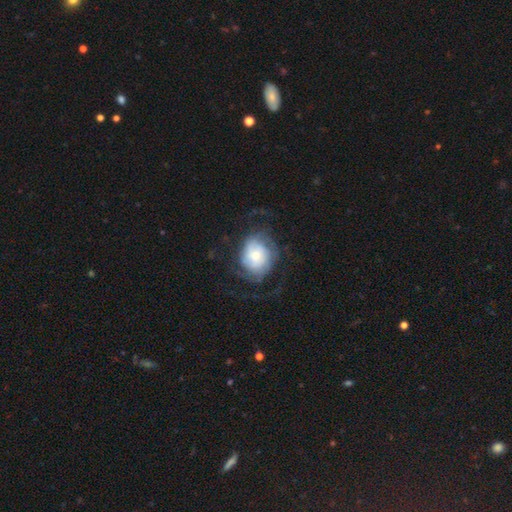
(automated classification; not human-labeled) Smooth or featured?
  - featured or disk: 65% *
  - smooth: 28%
  - star or artifact: 7%
Edge-on disk?
  - no: 97% *
  - yes: 3%
Bar?
  - no: 72% *
  - weak: 23%
  - strong: 5%
Spiral arms?
  - yes: 85% *
  - no: 15%
Spiral winding?
  - tight: 43% *
  - medium: 35%
  - loose: 22%
Spiral arm count?
  - can't tell: 43% *
  - 2: 23%
  - 3: 15%
  - 4: 9%
  - 1: 6%
  - more than 4: 5%
Bulge size?
  - moderate: 41% *
  - small: 40%
  - large: 14%
  - dominant: 3%
  - none: 2%
Merging?
  - none: 58% *
  - major disturbance: 23%
  - minor disturbance: 18%
  - merger: 1%